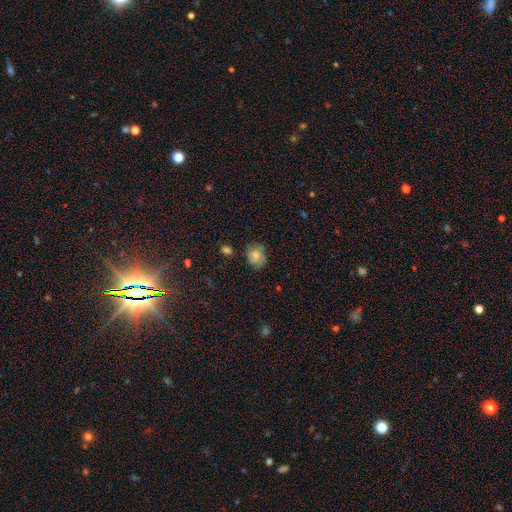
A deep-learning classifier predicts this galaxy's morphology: A smooth galaxy with no disk features (70%) that is round (66%).

Vote fractions:
- Smooth or featured? smooth: 70% / featured or disk: 19% / star or artifact: 11%
- How rounded? round: 66% / in between: 33% / cigar-shaped: 1%
- Merging? none: 65% / minor disturbance: 25% / major disturbance: 7% / merger: 3%